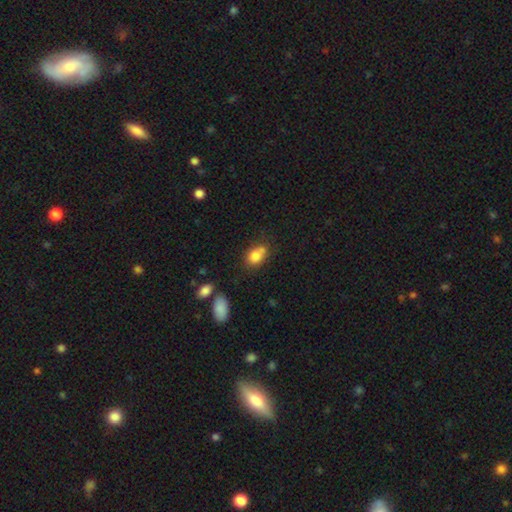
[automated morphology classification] This is likely a smooth galaxy (80%). How rounded: likely in between (71%). Merging: possibly none (47%).